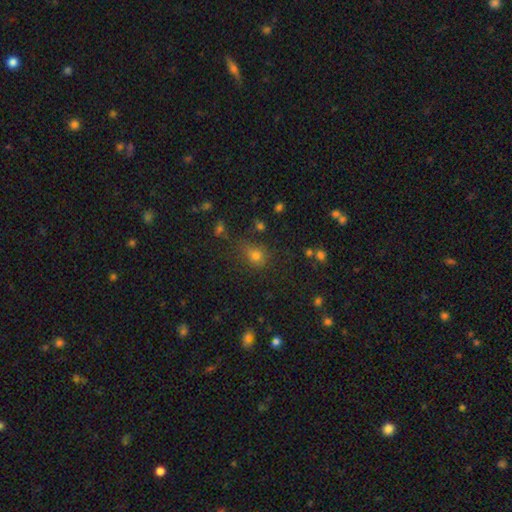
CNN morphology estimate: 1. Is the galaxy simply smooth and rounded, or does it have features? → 72% smooth, 21% star or artifact, 7% featured or disk.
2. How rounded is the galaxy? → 69% round, 30% in between, 1% cigar-shaped.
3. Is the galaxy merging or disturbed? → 69% none, 18% minor disturbance, 7% major disturbance, 6% merger.